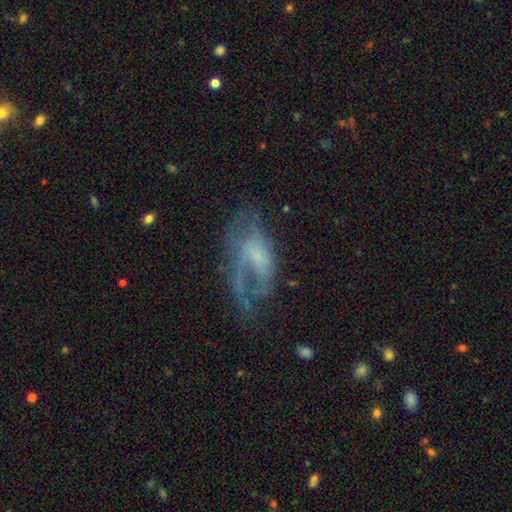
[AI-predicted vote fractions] Smooth or featured: featured or disk — 62% (smooth — 29%)
Edge-on disk: no — 94% (yes — 6%)
Bar: no — 67% (weak — 27%)
Spiral arms: yes — 61% (no — 39%)
Bulge size: small — 37% (tied with none — 37%)
Merging: major disturbance — 41% (none — 35%)